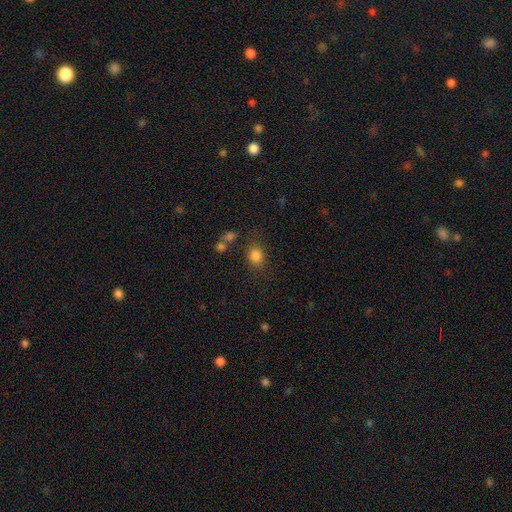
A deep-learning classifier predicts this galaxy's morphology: smooth_or_featured: smooth (p=0.83) [alt: star or artifact p=0.12]
how_rounded: round (p=0.59) [alt: in between p=0.40]
merging: none (p=0.73) [alt: minor disturbance p=0.14]